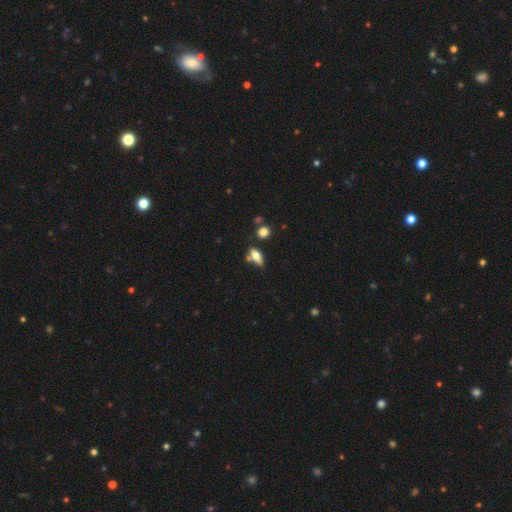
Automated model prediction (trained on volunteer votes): A smooth galaxy with no disk features (64%) that is in between round and cigar-shaped (73%). Merging: none (58%).